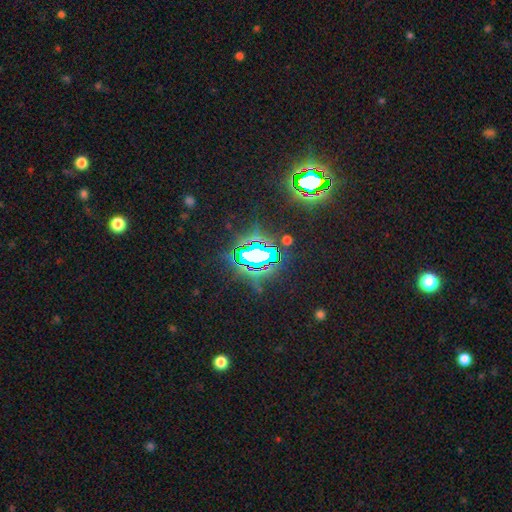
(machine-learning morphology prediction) This appears to be a star or artifact, not a galaxy (77%).